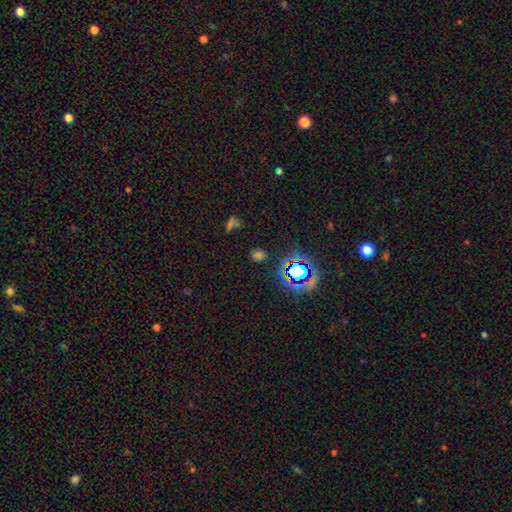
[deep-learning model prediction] This is possibly a star or artifact rather than a galaxy (56%).